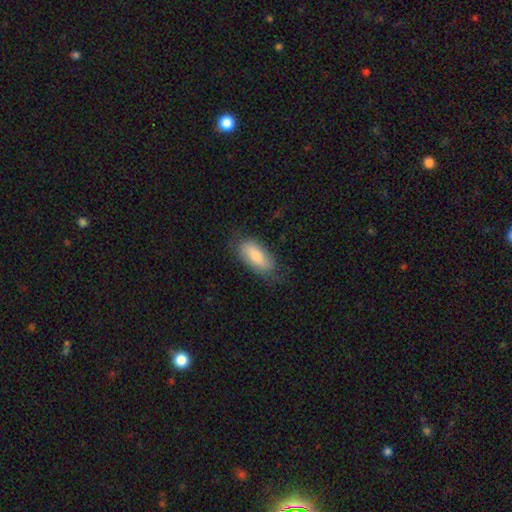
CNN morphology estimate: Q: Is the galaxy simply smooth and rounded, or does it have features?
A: smooth — 73%.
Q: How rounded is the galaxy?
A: in between — 83%.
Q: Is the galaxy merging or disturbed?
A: none — 73%.